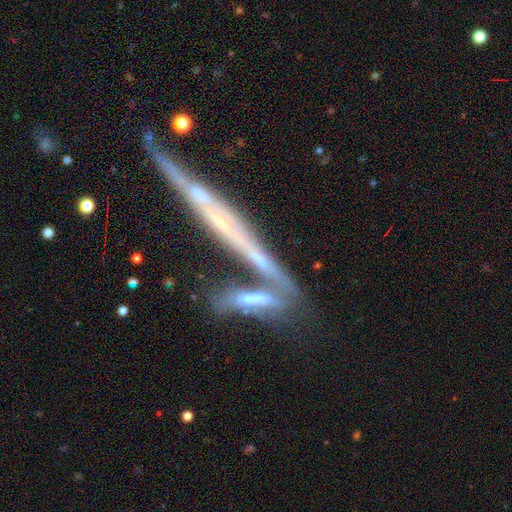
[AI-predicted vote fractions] A featured or disk galaxy (65%) viewed edge-on (84%) with no central bulge (64%).

Vote fractions:
- Smooth or featured? featured or disk: 65% / smooth: 26% / star or artifact: 9%
- Edge-on disk? yes: 84% / no: 16%
- Edge-on bulge? none: 64% / rounded: 24% / boxy: 12%
- Merging? none: 44% / merger: 36% / minor disturbance: 14% / major disturbance: 6%